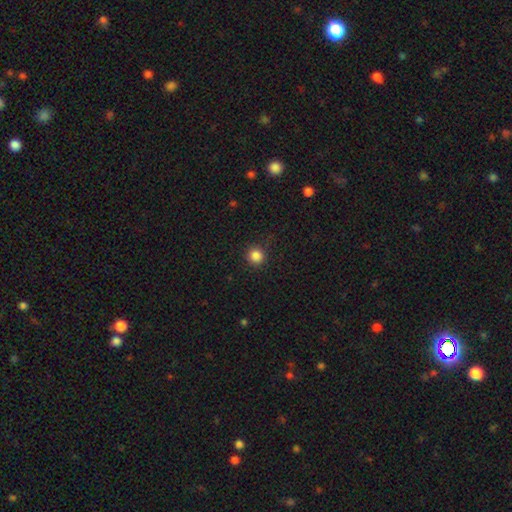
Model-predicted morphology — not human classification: This is clearly a smooth galaxy (86%). How rounded: clearly round (94%). Merging: clearly none (91%).